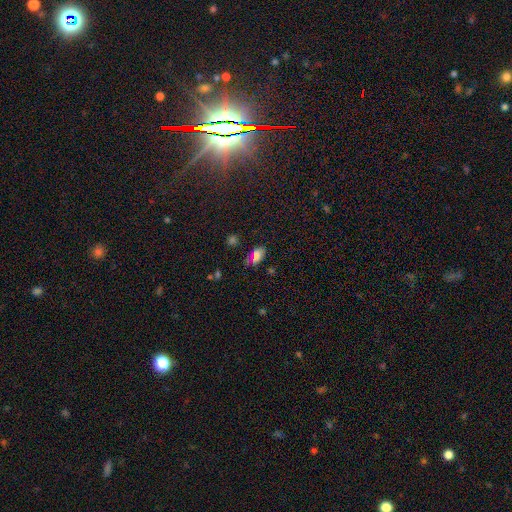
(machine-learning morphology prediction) A smooth galaxy with no disk features (71%) that is in between round and cigar-shaped (90%).

Vote fractions:
- Smooth or featured? smooth: 71% / star or artifact: 17% / featured or disk: 12%
- How rounded? in between: 90% / round: 7% / cigar-shaped: 4%
- Merging? none: 67% / minor disturbance: 21% / major disturbance: 6% / merger: 6%